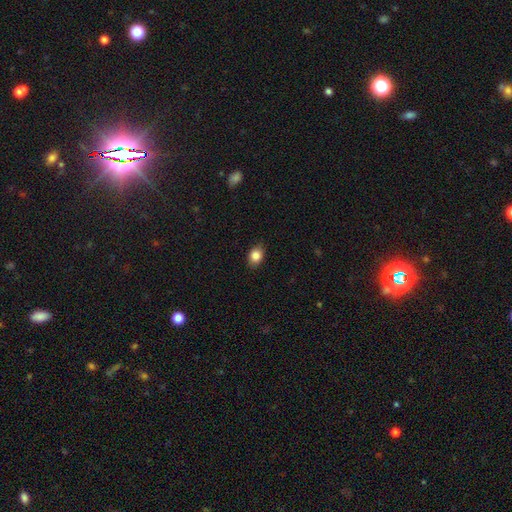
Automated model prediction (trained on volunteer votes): This appears to be a smooth galaxy with no disk features (85%) that is in between round and cigar-shaped (72%). Merging: none (85%).